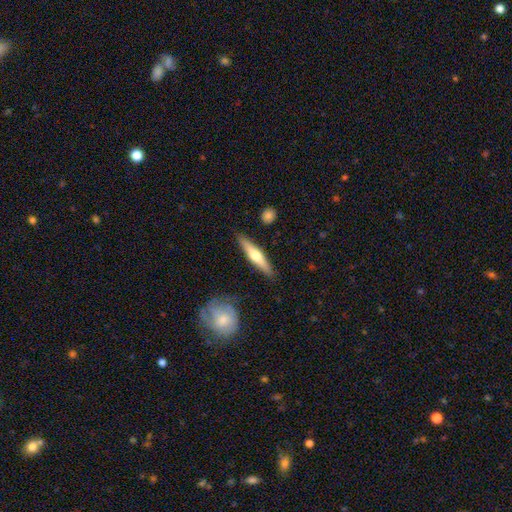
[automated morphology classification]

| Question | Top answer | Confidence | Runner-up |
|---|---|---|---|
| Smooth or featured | featured or disk | 50% | smooth (45%) |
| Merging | none | 86% | minor disturbance (9%) |